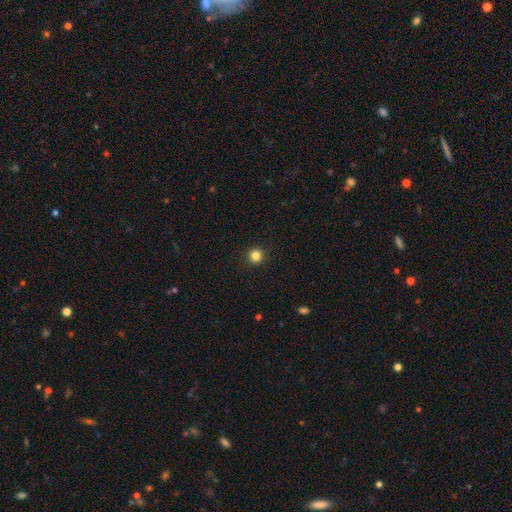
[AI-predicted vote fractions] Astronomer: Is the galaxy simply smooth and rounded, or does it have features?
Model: smooth — 84%.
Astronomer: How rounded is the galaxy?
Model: round — 95%.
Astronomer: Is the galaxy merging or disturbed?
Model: none — 93%.